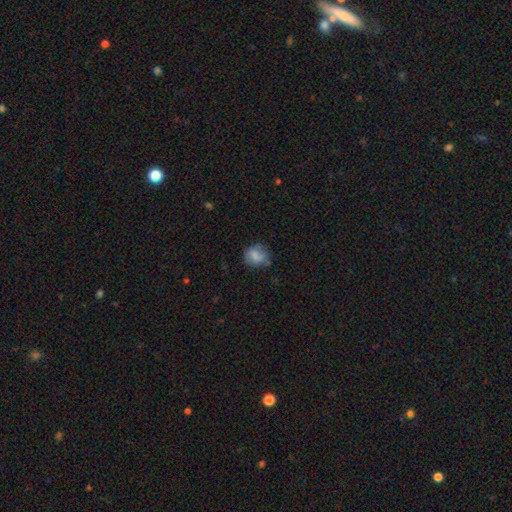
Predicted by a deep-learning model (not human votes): A smooth galaxy with no disk features (76%) that is round (64%). Merging: none (59%).